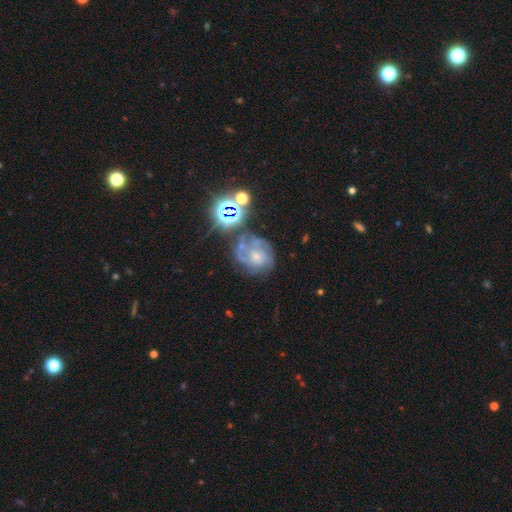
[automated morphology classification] Q: Smooth or featured?
A: featured or disk (62%); runner-up: smooth (20%)
Q: Edge-on disk?
A: no (98%); runner-up: yes (2%)
Q: Bar?
A: no (79%); runner-up: weak (17%)
Q: Spiral arms?
A: yes (79%); runner-up: no (21%)
Q: Bulge size?
A: small (51%); runner-up: moderate (35%)
Q: Merging?
A: none (44%); runner-up: minor disturbance (21%)